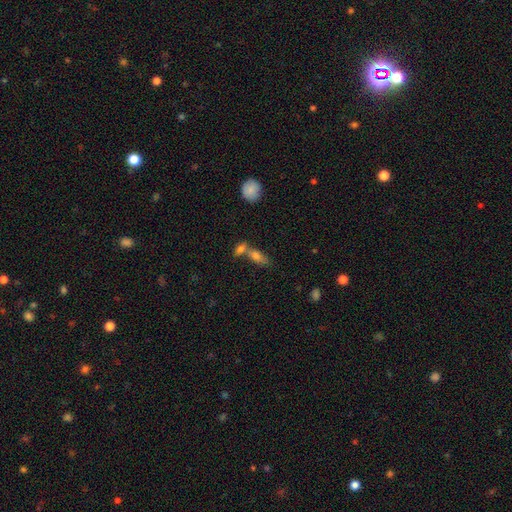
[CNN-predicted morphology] smooth_or_featured: smooth (p=0.70) [alt: featured or disk p=0.19]
how_rounded: in between (p=0.69) [alt: cigar-shaped p=0.23]
merging: merger (p=0.54) [alt: none p=0.33]